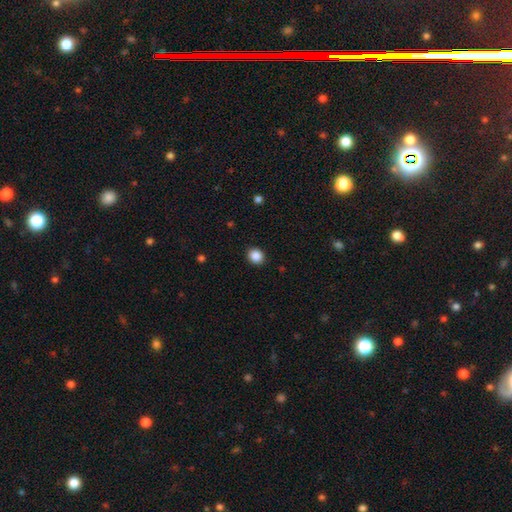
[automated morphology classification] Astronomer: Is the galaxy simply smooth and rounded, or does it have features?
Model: smooth — 87%.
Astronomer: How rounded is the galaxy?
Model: round — 77%.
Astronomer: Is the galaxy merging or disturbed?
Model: none — 91%.